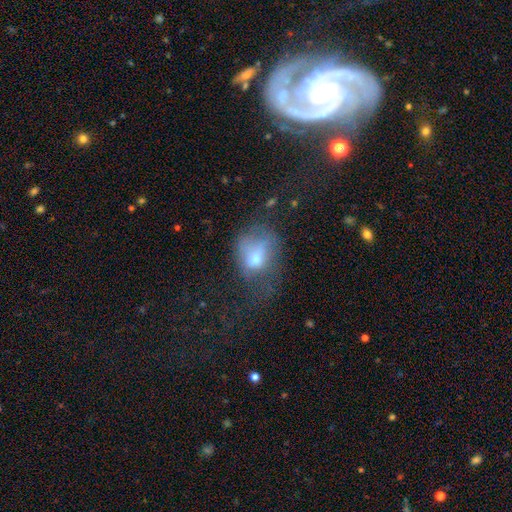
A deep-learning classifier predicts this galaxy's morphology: smooth_or_featured: smooth (p=0.60) [alt: featured or disk p=0.27]
how_rounded: in between (p=0.58) [alt: round p=0.40]
merging: major disturbance (p=0.45) [alt: none p=0.26]